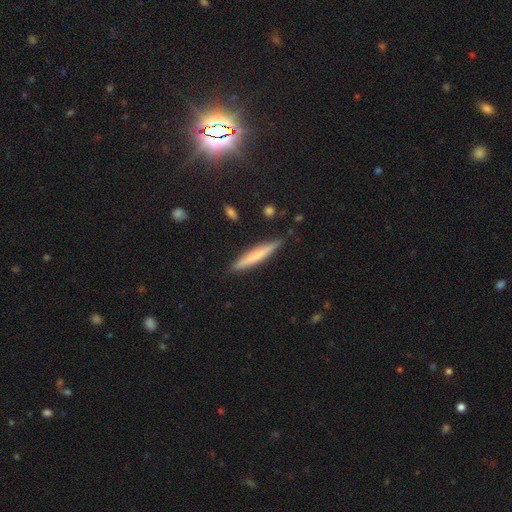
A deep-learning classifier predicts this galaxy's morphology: Overall: smooth (62%; featured or disk 31%). How rounded: cigar-shaped (94%). Merging: none (88%).